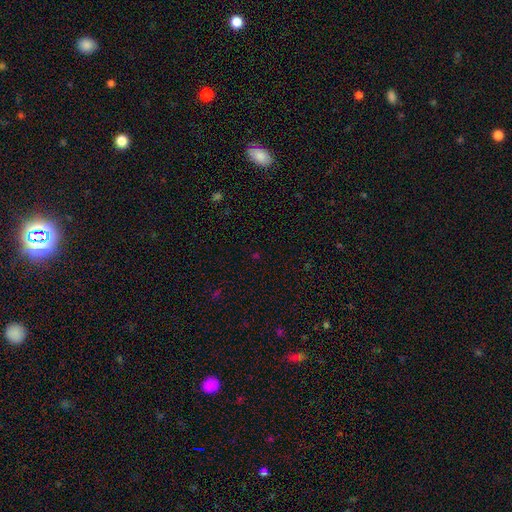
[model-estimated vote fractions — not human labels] Overall: star or artifact (60%; smooth 34%).